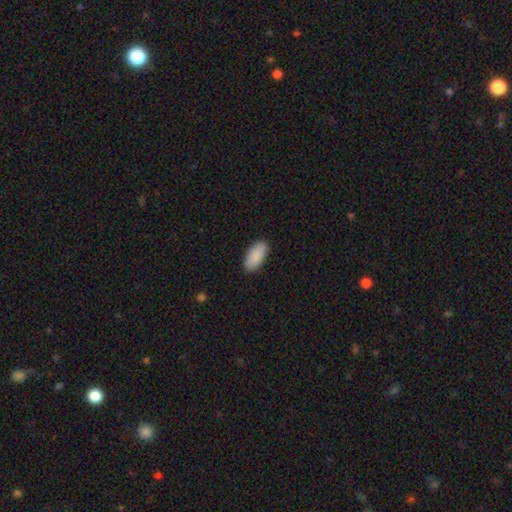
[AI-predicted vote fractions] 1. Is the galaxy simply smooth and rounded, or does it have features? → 91% smooth, 6% star or artifact, 4% featured or disk.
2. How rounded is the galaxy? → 92% in between, 7% cigar-shaped, 2% round.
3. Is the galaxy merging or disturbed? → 90% none, 8% minor disturbance, 2% major disturbance, 1% merger.